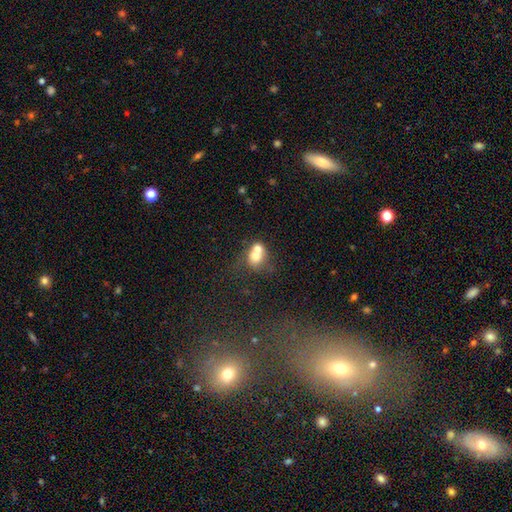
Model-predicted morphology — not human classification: A smooth galaxy with no disk features (66%) that is round (65%). Merging: merger (64%).